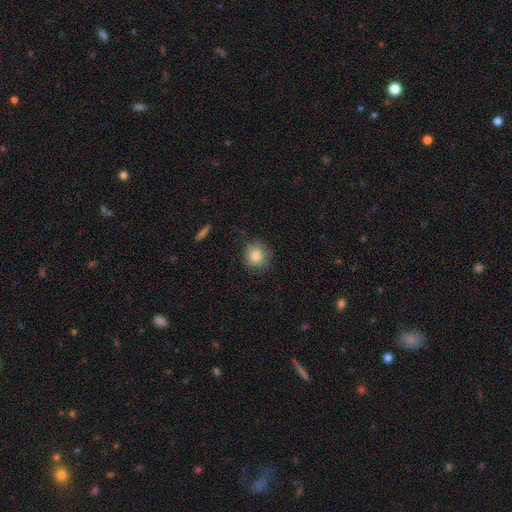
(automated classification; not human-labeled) This appears to be a smooth galaxy with no disk features (82%) that is round (89%). Merging: none (83%).